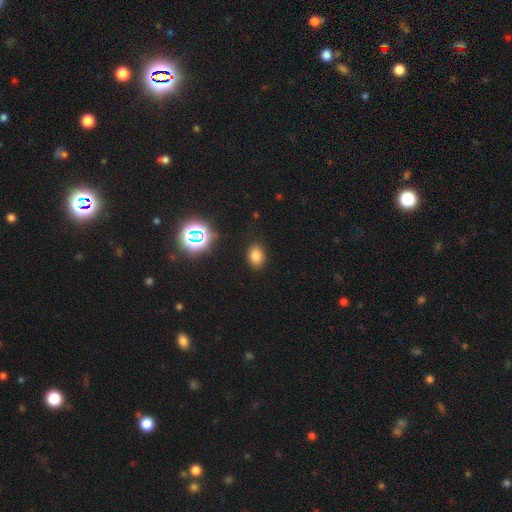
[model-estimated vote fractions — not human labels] Smooth or featured? smooth (77%)
How rounded? in between (74%)
Merging? none (86%)